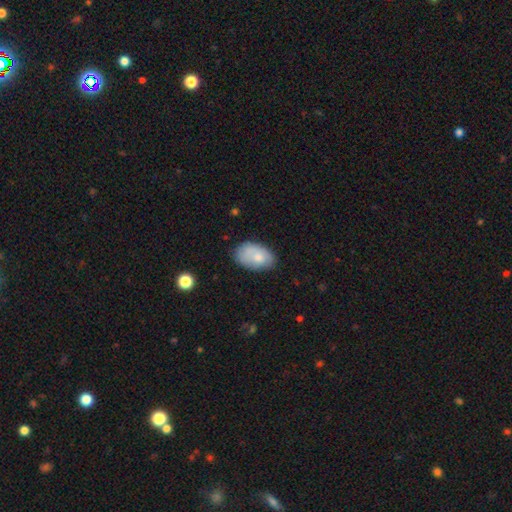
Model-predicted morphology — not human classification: smooth-or-featured: smooth: 75% | featured or disk: 17% | star or artifact: 7%
  how-rounded: in between: 91% | round: 8% | cigar-shaped: 1%
  merging: none: 67% | minor disturbance: 24% | major disturbance: 6% | merger: 3%